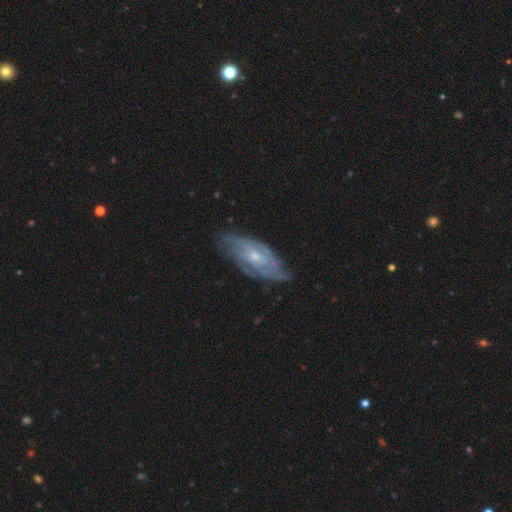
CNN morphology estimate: Smooth or featured? featured or disk (69%)
Edge-on disk? no (85%)
Bar? no (66%)
Spiral arms? yes (87%)
Spiral winding? tight (60%)
Spiral arm count? can't tell (49%)
Bulge size? small (57%)
Merging? none (81%)